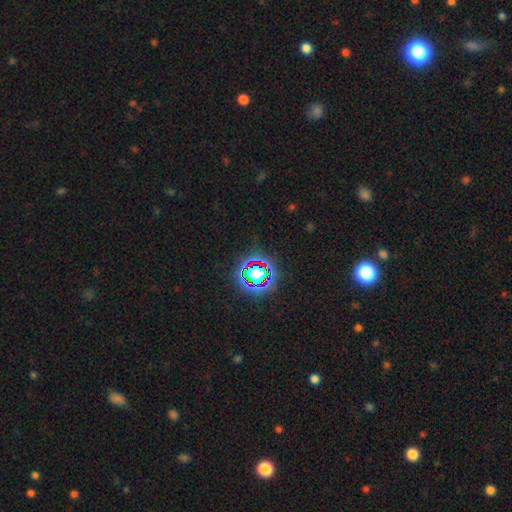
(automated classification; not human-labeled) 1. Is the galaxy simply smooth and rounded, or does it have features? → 78% star or artifact, 15% smooth, 8% featured or disk.